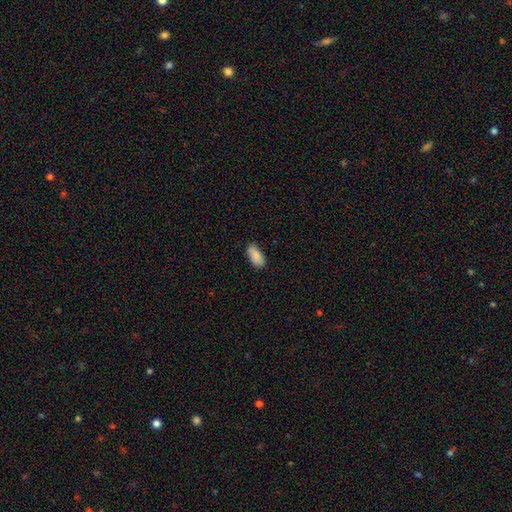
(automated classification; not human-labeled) A smooth galaxy with no disk features (87%) that is in between round and cigar-shaped (91%). Merging: none (81%).